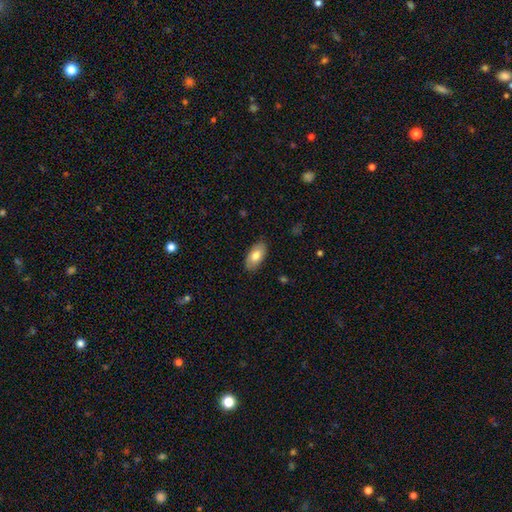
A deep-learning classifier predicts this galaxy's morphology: This appears to be a smooth galaxy with no disk features (76%) that is in between round and cigar-shaped (94%). Merging: none (87%).